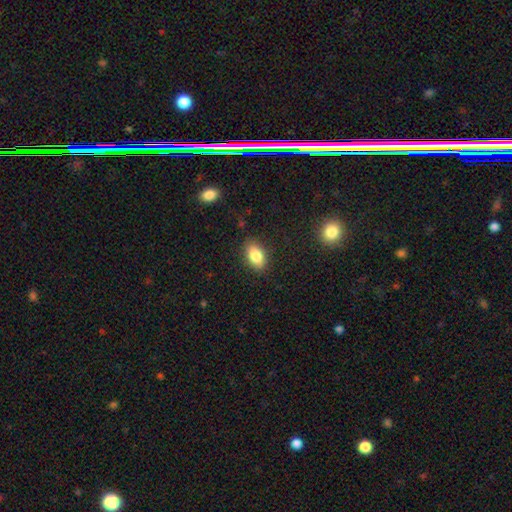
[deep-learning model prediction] A smooth galaxy with no disk features (84%) that is in between round and cigar-shaped (89%). Merging: none (85%).